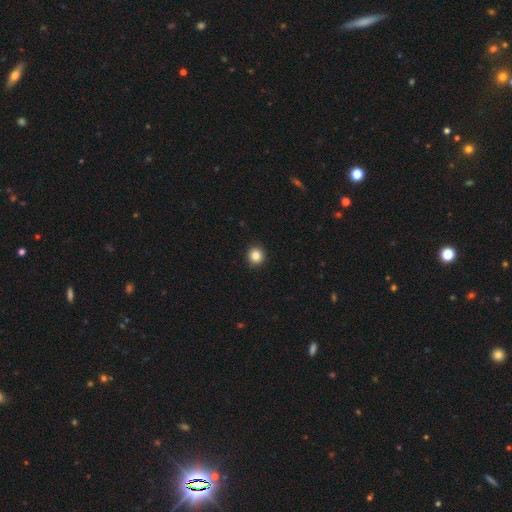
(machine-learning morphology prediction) Smooth or featured? Predicted: smooth (p=0.86). How rounded? Predicted: round (p=0.94). Merging? Predicted: none (p=0.93).